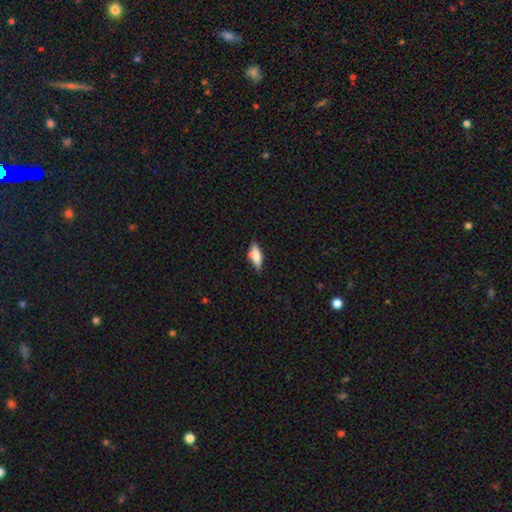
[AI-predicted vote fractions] Smooth or featured? smooth (71%)
How rounded? in between (63%)
Merging? none (70%)